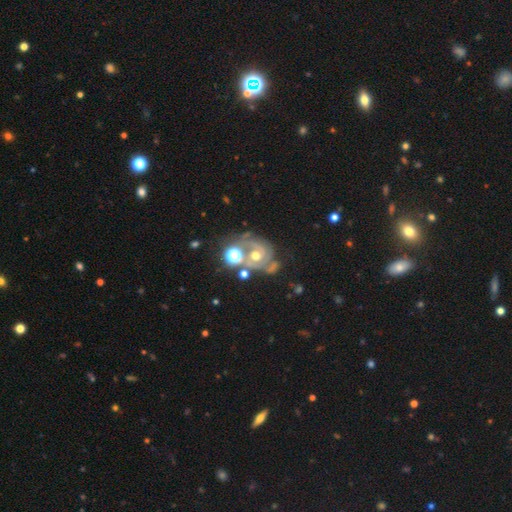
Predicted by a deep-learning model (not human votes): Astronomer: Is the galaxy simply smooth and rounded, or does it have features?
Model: featured or disk — 78%.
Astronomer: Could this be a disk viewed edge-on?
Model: no — 98%.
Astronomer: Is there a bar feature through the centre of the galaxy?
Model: no — 68%.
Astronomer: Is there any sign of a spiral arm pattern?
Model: yes — 92%.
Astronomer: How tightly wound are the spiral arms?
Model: tight — 44%, tied with medium at 44%.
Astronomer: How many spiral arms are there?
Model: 2 — 51%.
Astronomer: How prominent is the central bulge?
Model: moderate — 69%.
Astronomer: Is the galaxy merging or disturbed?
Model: none — 46%.